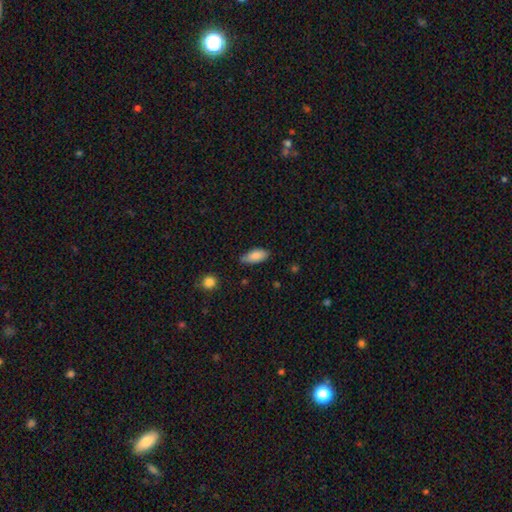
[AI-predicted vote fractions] Smooth or featured? smooth (85%)
How rounded? in between (87%)
Merging? none (74%)